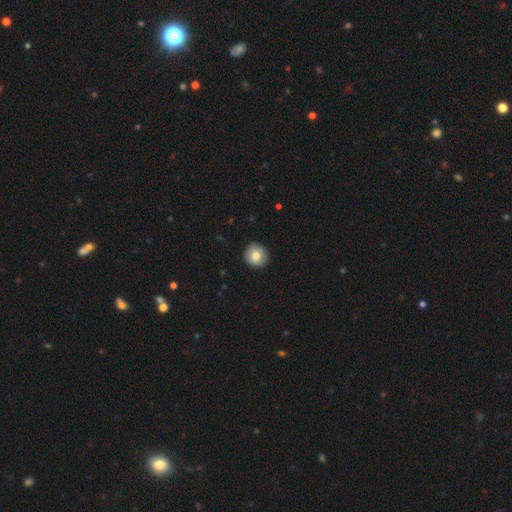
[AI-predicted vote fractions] smooth_or_featured: smooth (p=0.78) [alt: featured or disk p=0.14]
how_rounded: round (p=0.89) [alt: in between p=0.10]
merging: none (p=0.89) [alt: minor disturbance p=0.09]